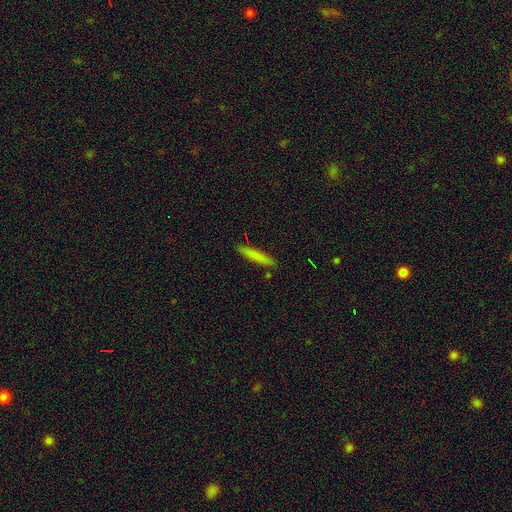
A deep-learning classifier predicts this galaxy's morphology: This is likely a smooth galaxy (79%). How rounded: clearly cigar-shaped (93%). Merging: clearly none (88%).